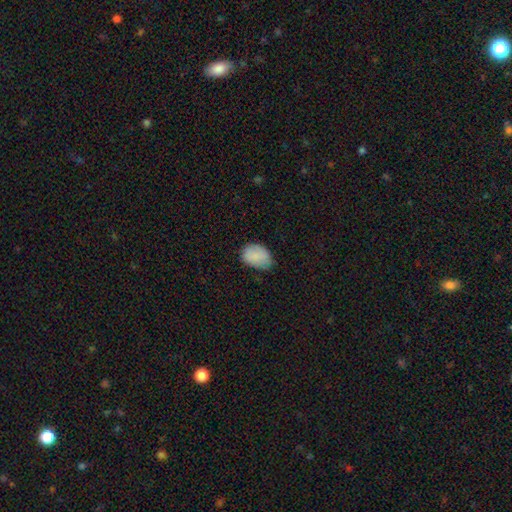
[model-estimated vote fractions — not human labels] A smooth galaxy with no disk features (85%) that is in between round and cigar-shaped (82%).

Vote fractions:
- Smooth or featured? smooth: 85% / featured or disk: 7% / star or artifact: 7%
- How rounded? in between: 82% / round: 17% / cigar-shaped: 1%
- Merging? none: 63% / minor disturbance: 30% / major disturbance: 5% / merger: 1%